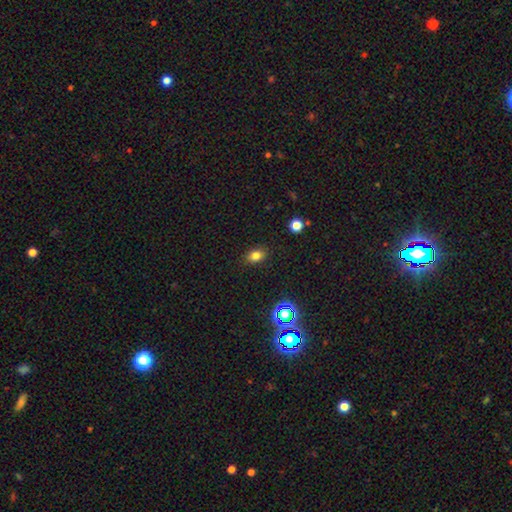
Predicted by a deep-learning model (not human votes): A smooth galaxy with no disk features (79%) that is in between round and cigar-shaped (71%).

Vote fractions:
- Smooth or featured? smooth: 79% / star or artifact: 15% / featured or disk: 7%
- How rounded? in between: 71% / round: 28% / cigar-shaped: 1%
- Merging? none: 87% / minor disturbance: 9% / major disturbance: 2% / merger: 1%